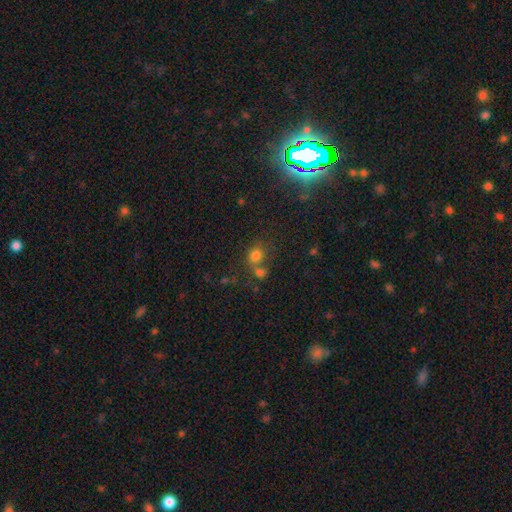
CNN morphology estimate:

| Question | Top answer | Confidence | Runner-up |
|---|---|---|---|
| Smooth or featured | smooth | 75% | star or artifact (16%) |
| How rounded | round | 73% | in between (25%) |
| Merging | none | 45% | merger (39%) |